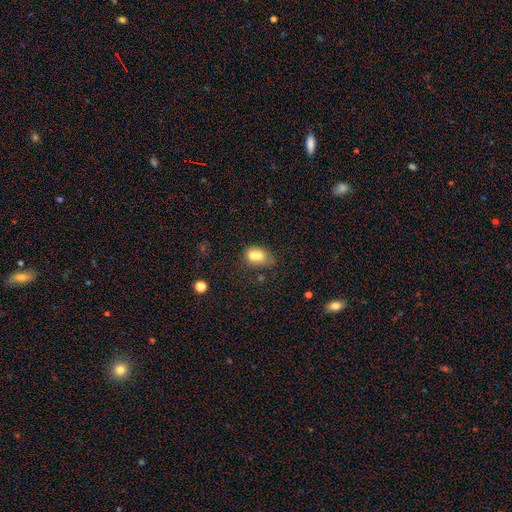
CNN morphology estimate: Overall: smooth (68%). How rounded: in between (59%; round 40%). Merging: merger (62%; none 24%).